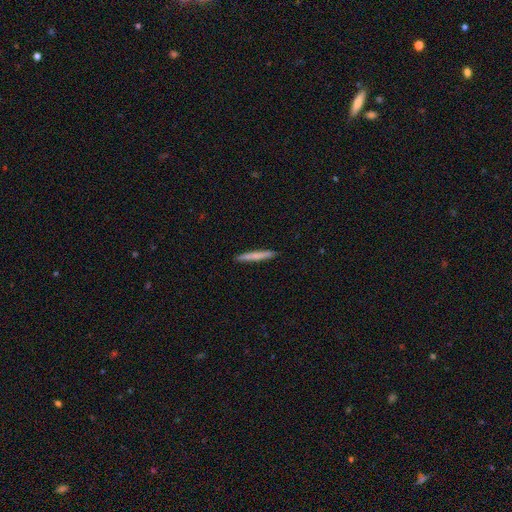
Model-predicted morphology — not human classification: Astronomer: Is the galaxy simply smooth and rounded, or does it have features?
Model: smooth — 70%.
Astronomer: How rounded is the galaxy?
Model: cigar-shaped — 96%.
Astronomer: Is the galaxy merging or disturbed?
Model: none — 92%.